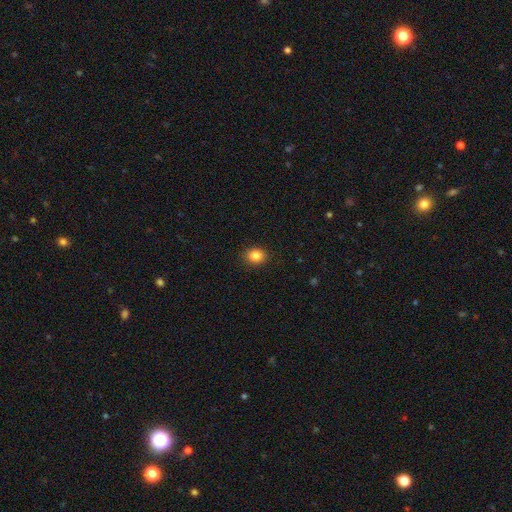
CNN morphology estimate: A smooth galaxy with no disk features (85%) that is round (56%). Merging: none (90%).